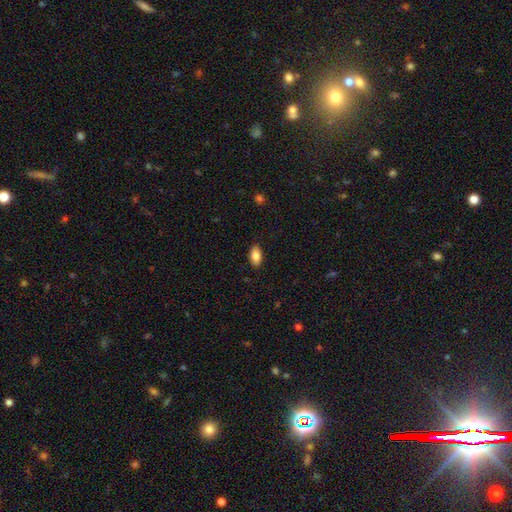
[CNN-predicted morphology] A smooth galaxy with no disk features (85%) that is in between round and cigar-shaped (93%). Merging: none (89%).